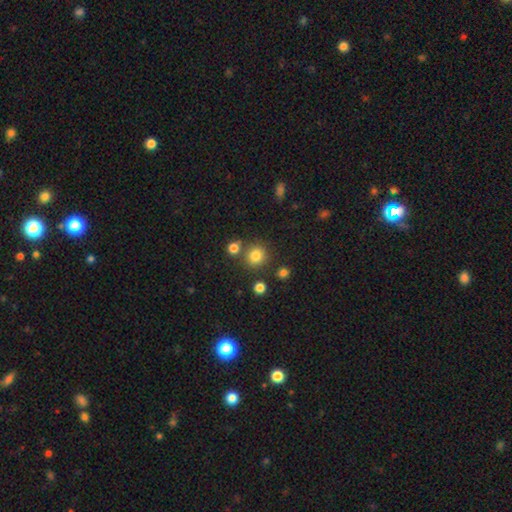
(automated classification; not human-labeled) Q: Smooth or featured?
A: smooth (81%); runner-up: star or artifact (13%)
Q: How rounded?
A: round (88%); runner-up: in between (11%)
Q: Merging?
A: none (77%); runner-up: merger (11%)